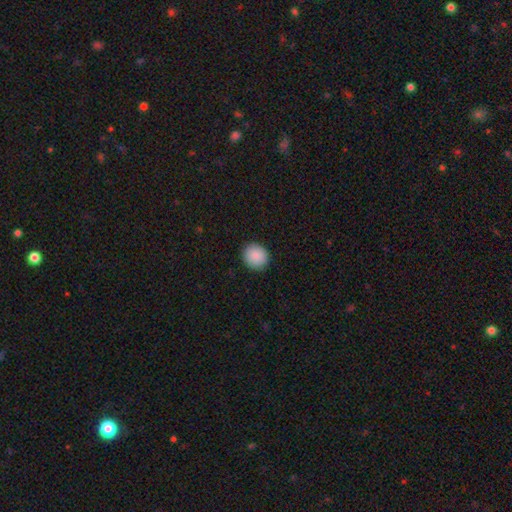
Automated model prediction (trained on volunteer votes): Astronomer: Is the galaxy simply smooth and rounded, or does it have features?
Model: smooth — 89%.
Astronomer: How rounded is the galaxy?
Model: round — 86%.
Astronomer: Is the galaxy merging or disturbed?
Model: none — 91%.